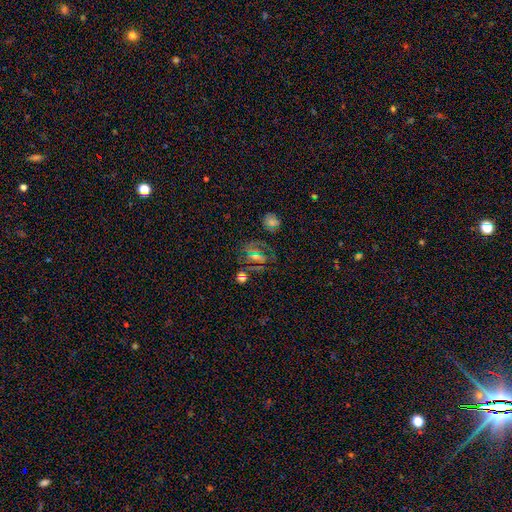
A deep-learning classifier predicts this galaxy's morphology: Smooth or featured?
  - smooth: 45% *
  - star or artifact: 34%
  - featured or disk: 21%
Merging?
  - none: 68% *
  - minor disturbance: 16%
  - major disturbance: 10%
  - merger: 6%